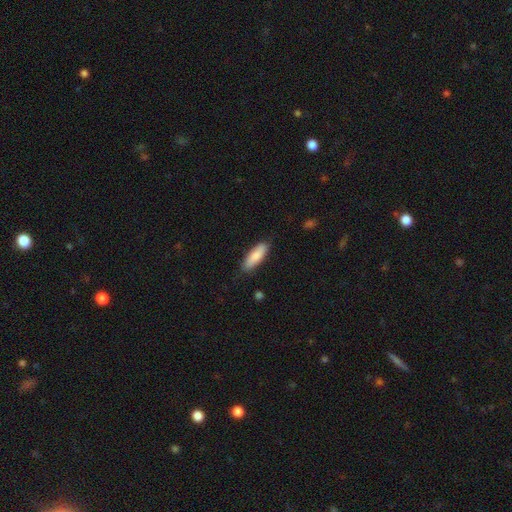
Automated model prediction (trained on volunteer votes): smooth 84%, featured or disk 11%, star or artifact 5%. Down the decision tree: how rounded — in between (58%); merging — none (82%).